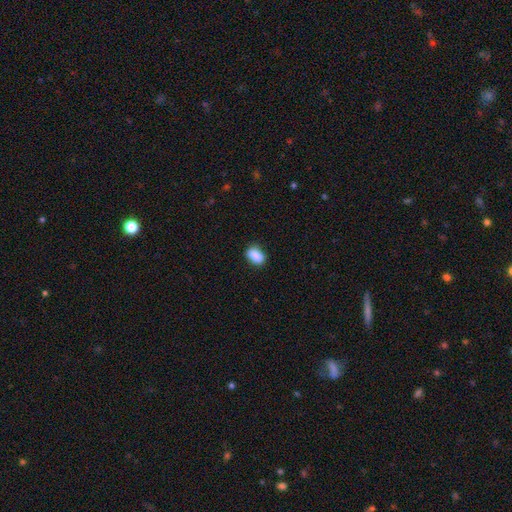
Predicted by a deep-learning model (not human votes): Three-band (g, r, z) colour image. It shows a smooth galaxy with no disk features (88%) that is in between round and cigar-shaped (81%). Merging: none (84%).